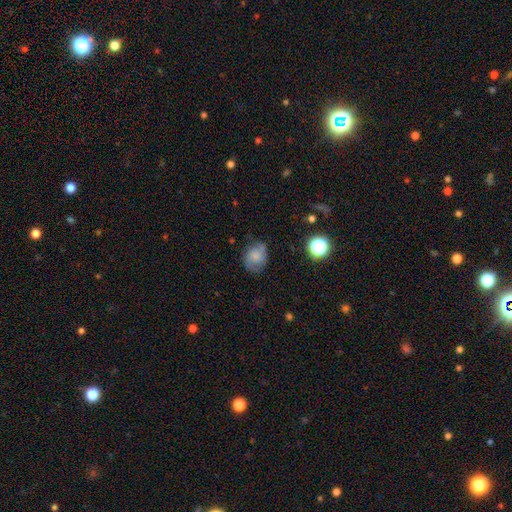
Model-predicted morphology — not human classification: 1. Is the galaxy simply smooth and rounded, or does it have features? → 57% smooth, 31% featured or disk, 12% star or artifact.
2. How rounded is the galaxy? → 66% round, 33% in between, 1% cigar-shaped.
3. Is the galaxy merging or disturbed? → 60% none, 27% minor disturbance, 11% major disturbance, 2% merger.